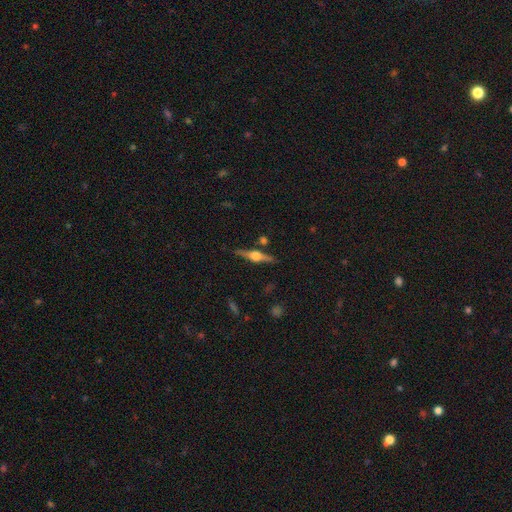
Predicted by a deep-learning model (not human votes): Overall: featured or disk (81%). Edge-on disk: yes (98%). Edge-on bulge: rounded (93%). Merging: none (87%).